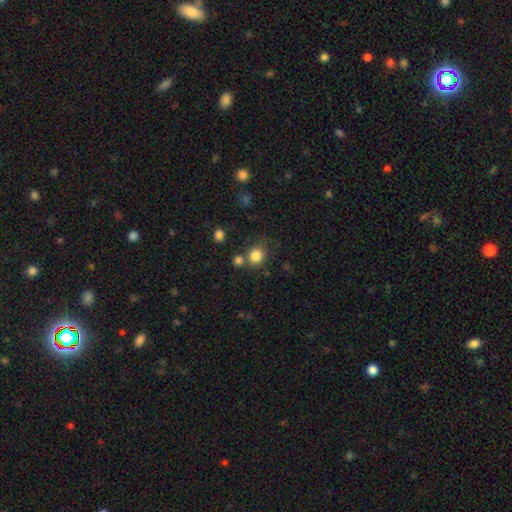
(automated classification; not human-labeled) The model was most divided on "merging": none: 67%, merger: 17%, minor disturbance: 12%, major disturbance: 5%. More confident: smooth or featured — smooth (83%); how rounded — round (79%).